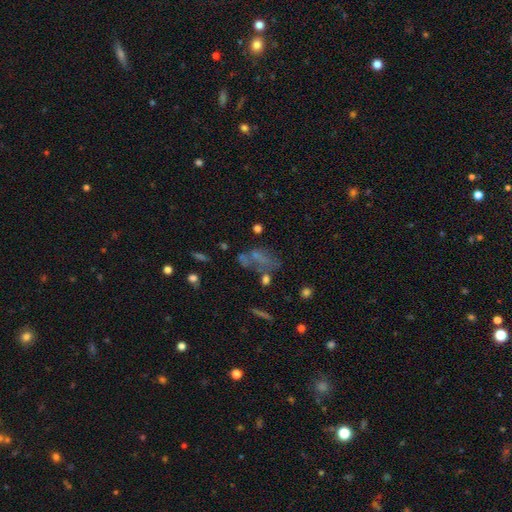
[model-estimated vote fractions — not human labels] A featured or disk galaxy (37%, tied with smooth). Merging: none (38%).